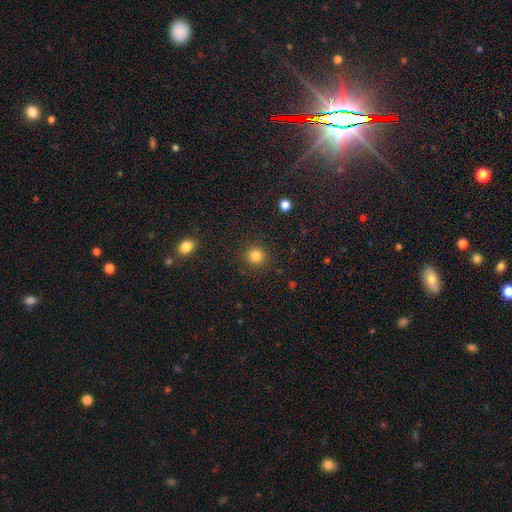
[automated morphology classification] Smooth or featured? Predicted: smooth (p=0.83). How rounded? Predicted: round (p=0.92). Merging? Predicted: none (p=0.89).